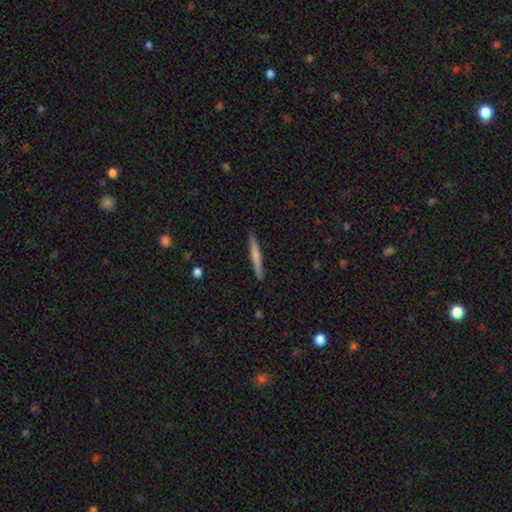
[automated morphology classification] A smooth galaxy with no disk features (60%) that is cigar-shaped (96%).

Vote fractions:
- Smooth or featured? smooth: 60% / featured or disk: 34% / star or artifact: 6%
- How rounded? cigar-shaped: 96% / in between: 3% / round: 1%
- Merging? none: 90% / minor disturbance: 7% / major disturbance: 1% / merger: 1%